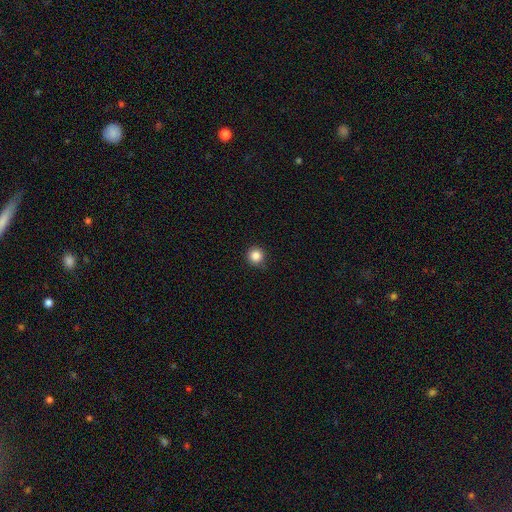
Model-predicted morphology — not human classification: Q: Smooth or featured?
A: smooth (85%); runner-up: star or artifact (11%)
Q: How rounded?
A: round (95%); runner-up: in between (4%)
Q: Merging?
A: none (88%); runner-up: minor disturbance (9%)